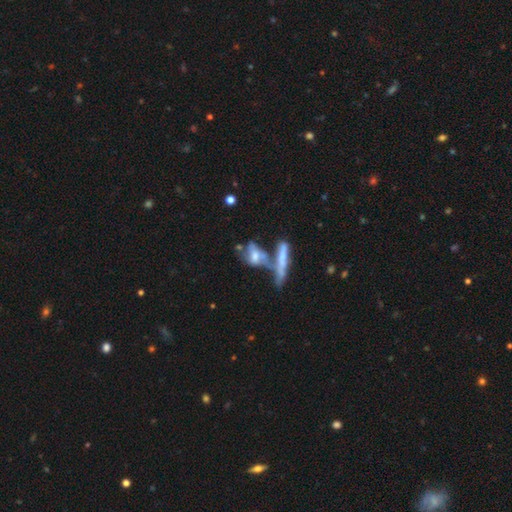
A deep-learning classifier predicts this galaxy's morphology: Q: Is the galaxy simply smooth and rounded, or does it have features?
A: featured or disk — 51%.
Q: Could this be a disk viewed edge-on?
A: no — 57%.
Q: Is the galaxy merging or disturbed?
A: merger — 49%.